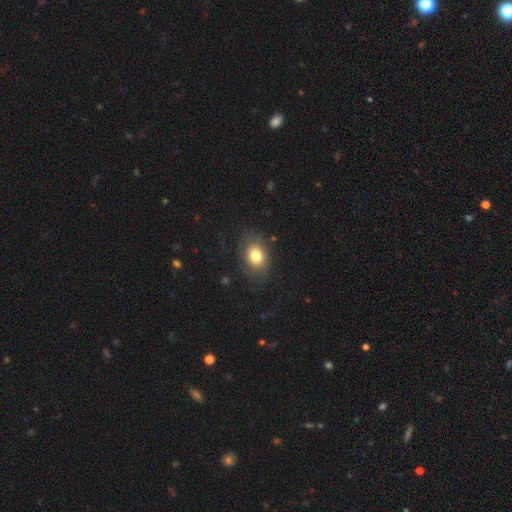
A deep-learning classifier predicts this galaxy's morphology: Smooth or featured?
  - smooth: 75% *
  - featured or disk: 15%
  - star or artifact: 9%
How rounded?
  - in between: 63% *
  - round: 36%
  - cigar-shaped: 1%
Merging?
  - none: 74% *
  - minor disturbance: 16%
  - major disturbance: 8%
  - merger: 1%